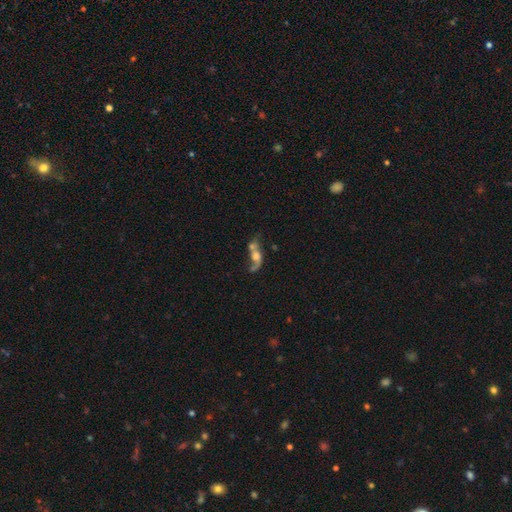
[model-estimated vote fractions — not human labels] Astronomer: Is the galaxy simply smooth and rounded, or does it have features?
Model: featured or disk — 55% (runner-up: smooth, 34%).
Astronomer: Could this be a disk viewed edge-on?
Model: no — 87%.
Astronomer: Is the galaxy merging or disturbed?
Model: merger — 50%.